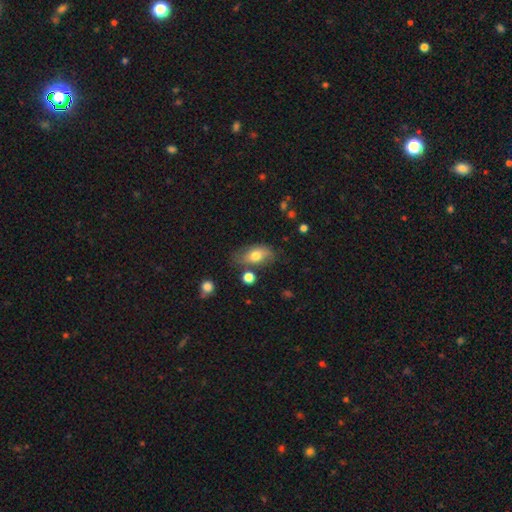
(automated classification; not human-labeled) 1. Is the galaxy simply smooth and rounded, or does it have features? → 64% smooth, 27% featured or disk, 8% star or artifact.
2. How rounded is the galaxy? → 86% in between, 9% round, 5% cigar-shaped.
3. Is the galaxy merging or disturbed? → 62% none, 24% minor disturbance, 8% major disturbance, 6% merger.